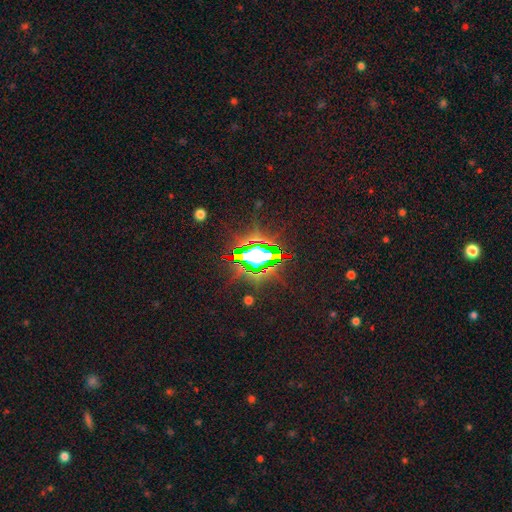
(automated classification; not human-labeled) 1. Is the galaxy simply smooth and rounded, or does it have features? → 78% star or artifact, 11% smooth, 10% featured or disk.